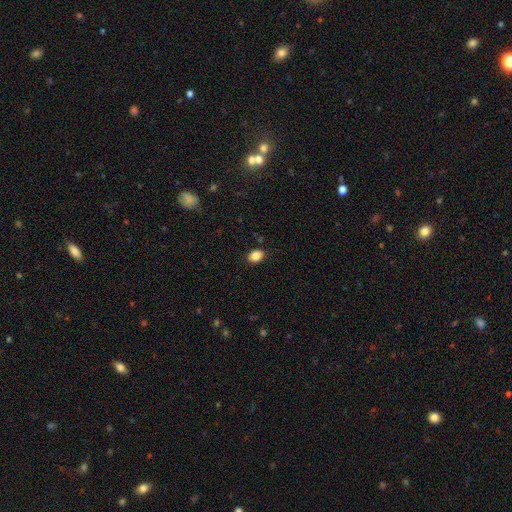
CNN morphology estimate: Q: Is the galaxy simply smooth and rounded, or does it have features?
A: smooth — 87%.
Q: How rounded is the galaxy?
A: in between — 70%.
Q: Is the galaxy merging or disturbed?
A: none — 85%.